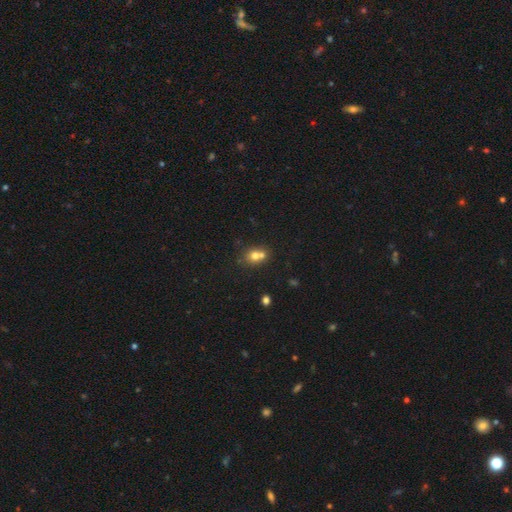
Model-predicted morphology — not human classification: The model was most divided on "merging": merger: 53%, none: 37%, minor disturbance: 7%, major disturbance: 3%. More confident: smooth or featured — smooth (70%); how rounded — round (69%).